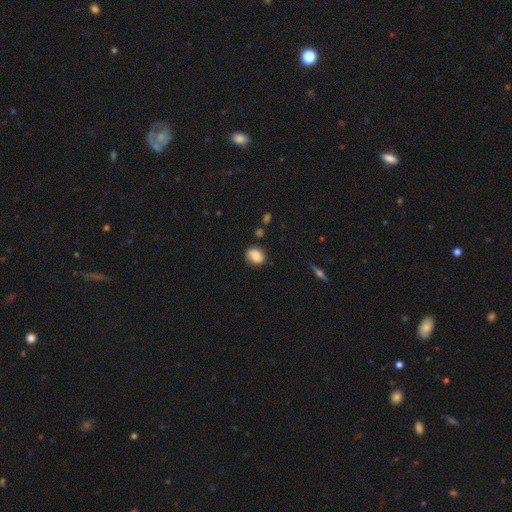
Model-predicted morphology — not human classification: Smooth or featured? smooth (75%)
How rounded? round (51%)
Merging? none (68%)